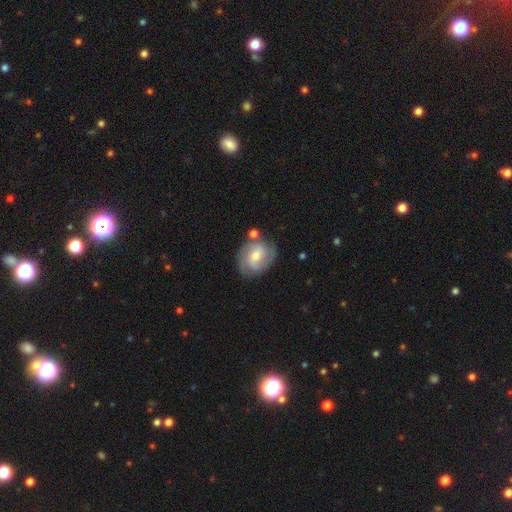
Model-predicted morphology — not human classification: Q: Smooth or featured?
A: featured or disk (72%); runner-up: smooth (22%)
Q: Edge-on disk?
A: no (97%); runner-up: yes (3%)
Q: Bar?
A: no (55%); runner-up: weak (39%)
Q: Spiral arms?
A: yes (92%); runner-up: no (8%)
Q: Spiral winding?
A: medium (44%); runner-up: tight (43%)
Q: Spiral arm count?
A: 2 (53%); runner-up: 3 (21%)
Q: Bulge size?
A: moderate (56%); runner-up: small (38%)
Q: Merging?
A: none (67%); runner-up: minor disturbance (17%)